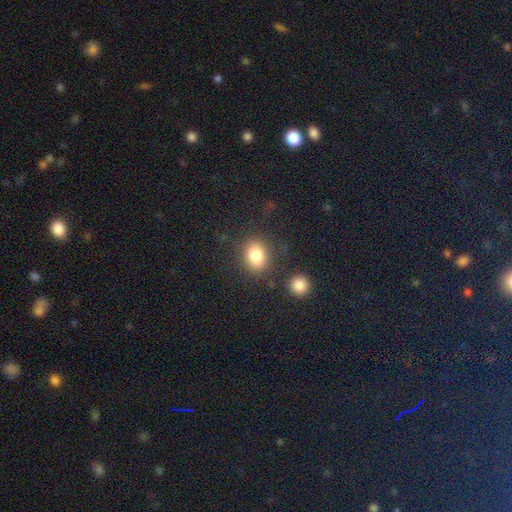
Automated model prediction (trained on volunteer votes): This appears to be a smooth galaxy with no disk features (84%) that is in between round and cigar-shaped (61%). Merging: none (79%).